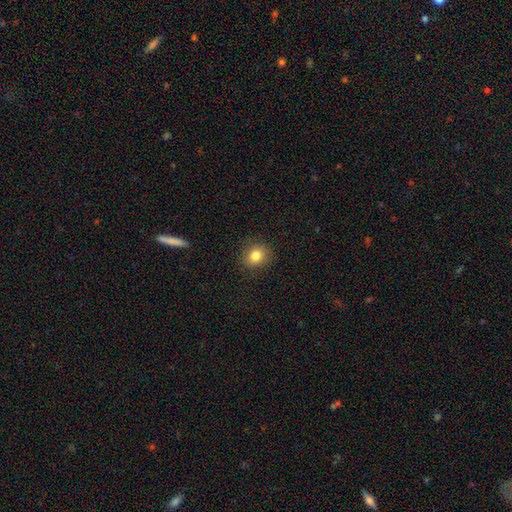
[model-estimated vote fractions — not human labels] Smooth or featured: smooth — 83% (star or artifact — 11%)
How rounded: round — 76% (in between — 23%)
Merging: none — 89% (minor disturbance — 8%)